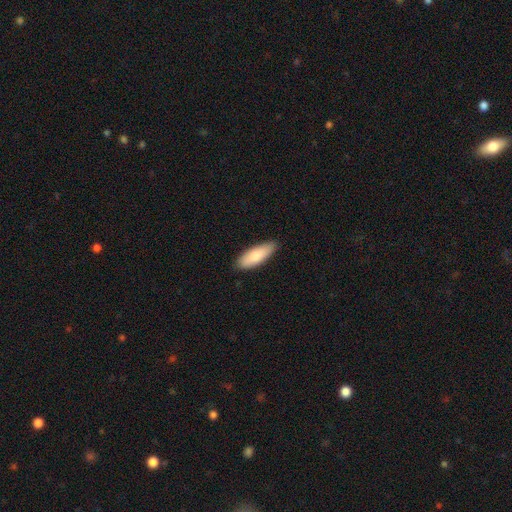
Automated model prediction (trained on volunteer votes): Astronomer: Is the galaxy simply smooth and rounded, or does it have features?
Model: smooth — 83%.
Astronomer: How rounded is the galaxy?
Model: in between — 67%.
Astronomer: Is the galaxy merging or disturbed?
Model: none — 86%.